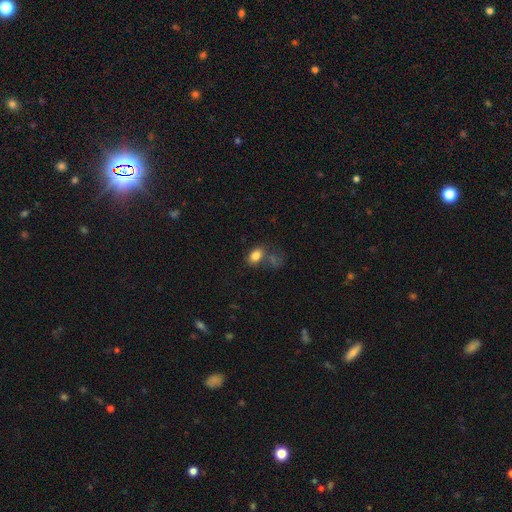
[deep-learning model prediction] Overall: smooth (82%). How rounded: in between (81%). Merging: none (51%; merger 22%).